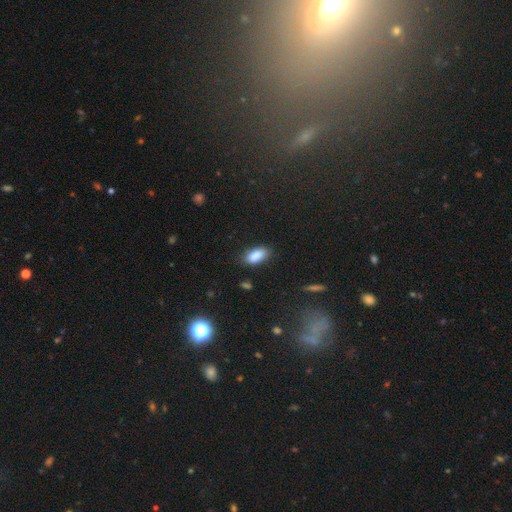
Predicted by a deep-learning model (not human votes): This is clearly a smooth galaxy (87%). How rounded: clearly in between (89%). Merging: clearly none (80%).